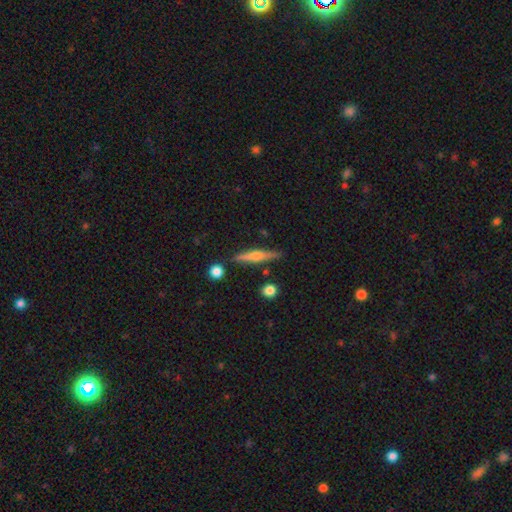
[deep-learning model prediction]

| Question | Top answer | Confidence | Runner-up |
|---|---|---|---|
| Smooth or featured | featured or disk | 64% | smooth (29%) |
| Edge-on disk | yes | 97% | no (3%) |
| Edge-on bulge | rounded | 85% | none (8%) |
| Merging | none | 86% | minor disturbance (8%) |